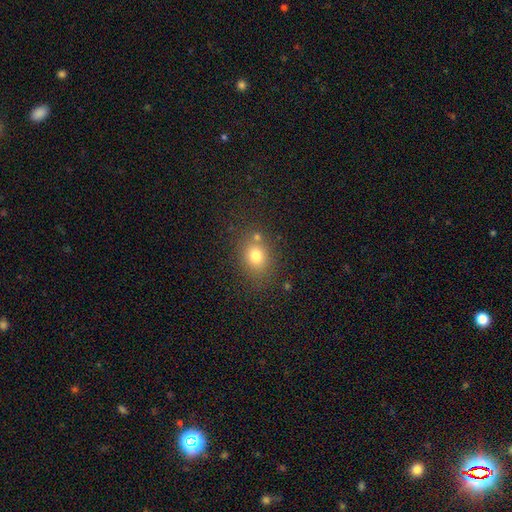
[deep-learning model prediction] Morphology: type=smooth (76%); roundness=round (52%); merging=none (72%).